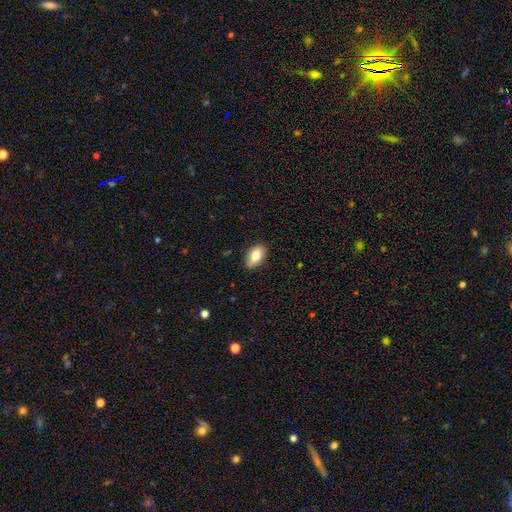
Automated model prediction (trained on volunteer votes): This appears to be a smooth galaxy with no disk features (79%) that is in between round and cigar-shaped (89%). Merging: none (81%).